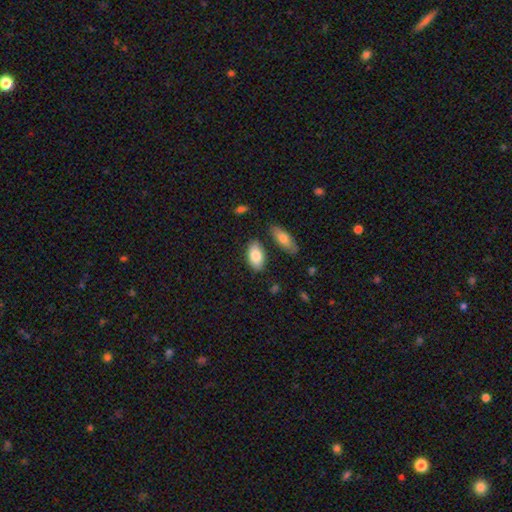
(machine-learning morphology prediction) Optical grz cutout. It shows a smooth galaxy with no disk features (83%) that is in between round and cigar-shaped (93%). Merging: none (77%).